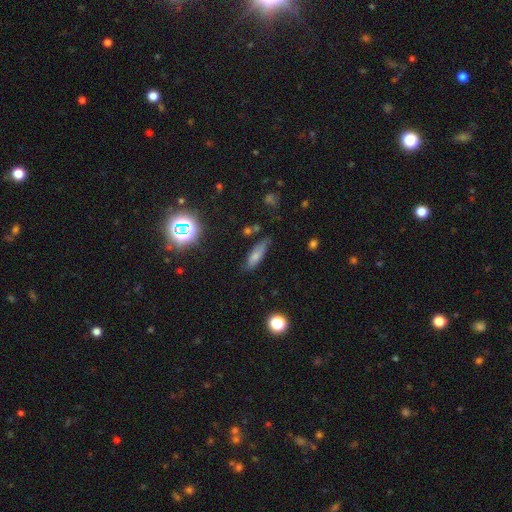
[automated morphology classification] Q: Smooth or featured?
A: smooth (70%); runner-up: featured or disk (18%)
Q: How rounded?
A: cigar-shaped (50%); runner-up: in between (47%)
Q: Merging?
A: none (69%); runner-up: minor disturbance (22%)